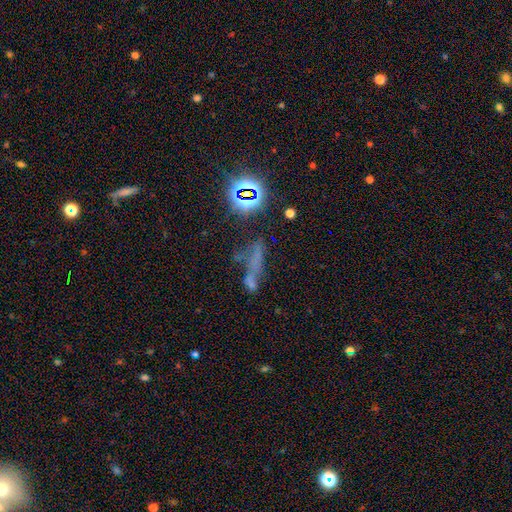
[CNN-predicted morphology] A smooth galaxy with no disk features (41%). Merging: none (36%).